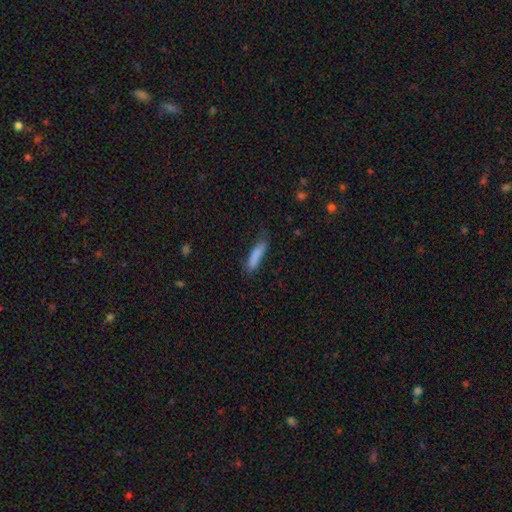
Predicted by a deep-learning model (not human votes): smooth 82%, featured or disk 11%, star or artifact 7%. Down the decision tree: how rounded — cigar-shaped (79%); merging — none (62%).